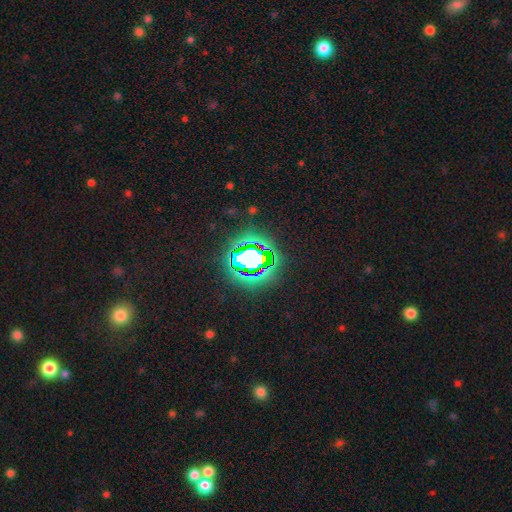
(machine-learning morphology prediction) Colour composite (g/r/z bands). It shows a star or artifact, not a galaxy (74%).